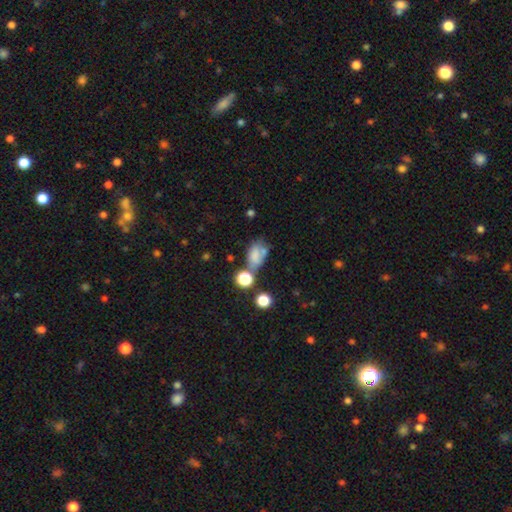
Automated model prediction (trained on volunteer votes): This appears to be a smooth galaxy with no disk features (64%) that is in between round and cigar-shaped (79%). Merging: none (33%).